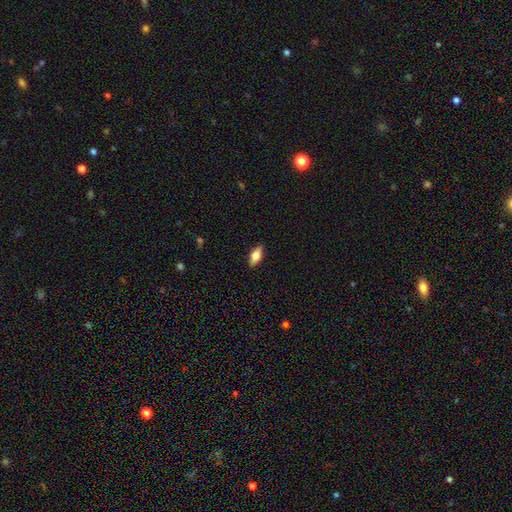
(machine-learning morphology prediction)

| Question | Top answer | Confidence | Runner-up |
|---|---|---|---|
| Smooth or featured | smooth | 71% | featured or disk (22%) |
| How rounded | in between | 83% | cigar-shaped (13%) |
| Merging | none | 88% | minor disturbance (9%) |